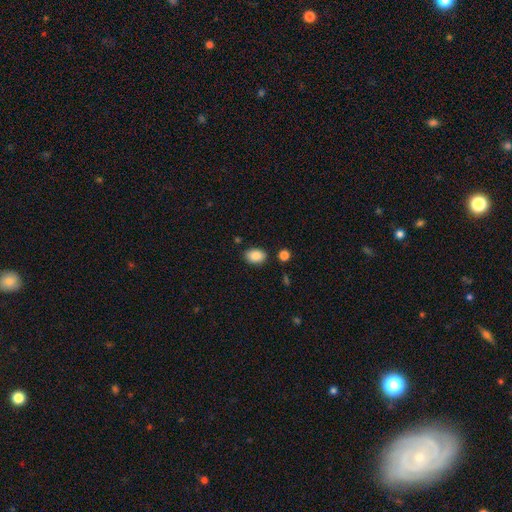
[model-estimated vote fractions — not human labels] Overall: smooth (88%). How rounded: in between (81%). Merging: none (83%).